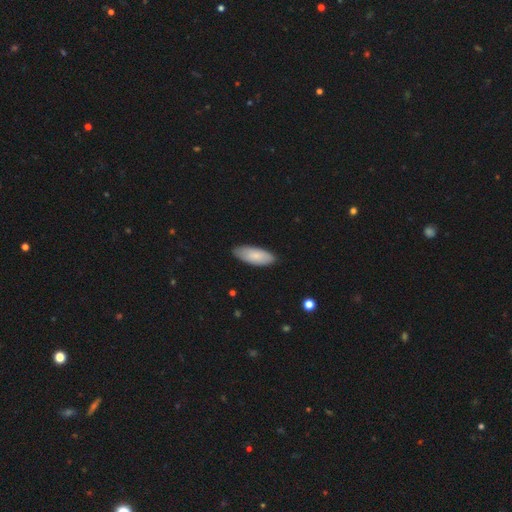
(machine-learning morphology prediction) A smooth galaxy with no disk features (80%) that is in between round and cigar-shaped (81%). Merging: none (84%).